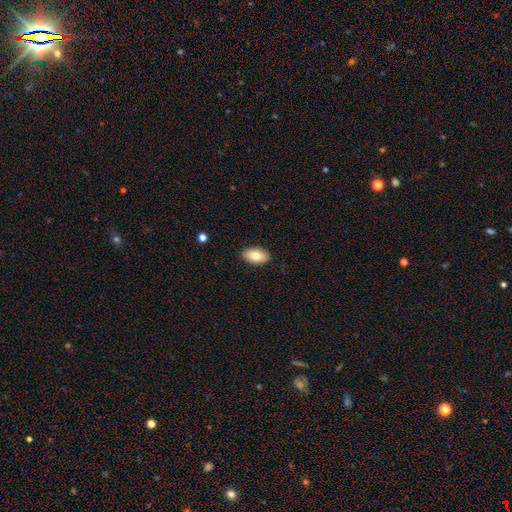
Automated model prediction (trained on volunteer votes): A smooth galaxy with no disk features (80%) that is in between round and cigar-shaped (92%).

Vote fractions:
- Smooth or featured? smooth: 80% / featured or disk: 13% / star or artifact: 7%
- How rounded? in between: 92% / round: 6% / cigar-shaped: 2%
- Merging? none: 90% / minor disturbance: 8% / major disturbance: 2% / merger: 1%